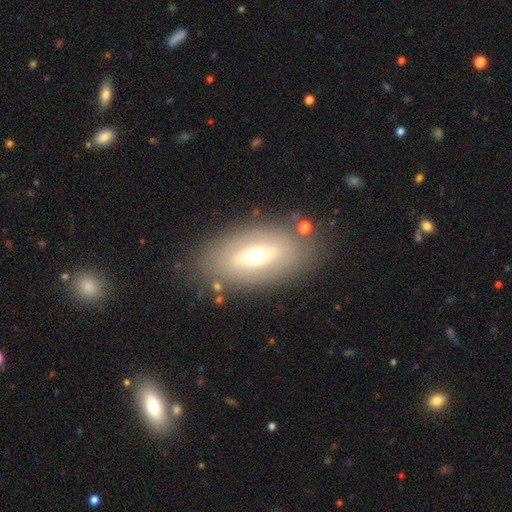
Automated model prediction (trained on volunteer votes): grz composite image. It shows a featured or disk galaxy (46%). Merging: none (81%).